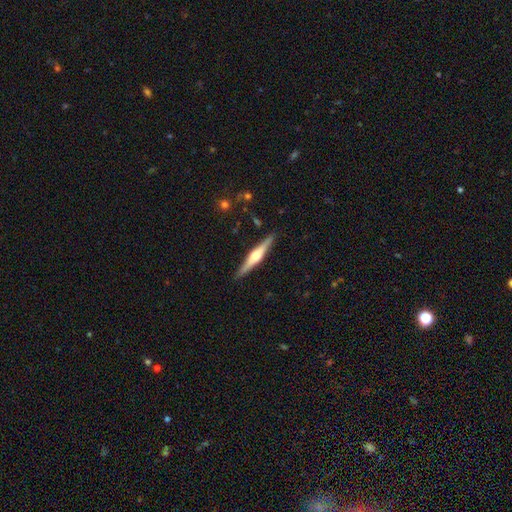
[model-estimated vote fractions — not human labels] The model was most divided on "smooth or featured": featured or disk: 72%, smooth: 23%, star or artifact: 5%. More confident: edge-on disk — yes (98%); merging — none (90%); edge-on bulge — rounded (83%).